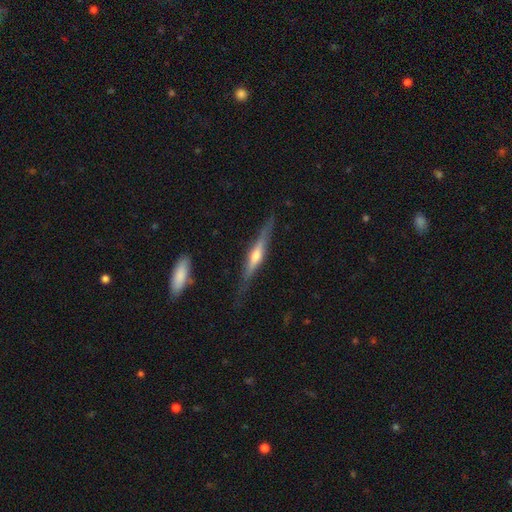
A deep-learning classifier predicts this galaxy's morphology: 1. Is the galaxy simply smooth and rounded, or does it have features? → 71% featured or disk, 24% smooth, 5% star or artifact.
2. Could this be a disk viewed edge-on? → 96% yes, 4% no.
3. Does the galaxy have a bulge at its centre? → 83% rounded, 10% boxy, 8% none.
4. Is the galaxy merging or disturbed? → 77% none, 17% minor disturbance, 4% major disturbance, 2% merger.